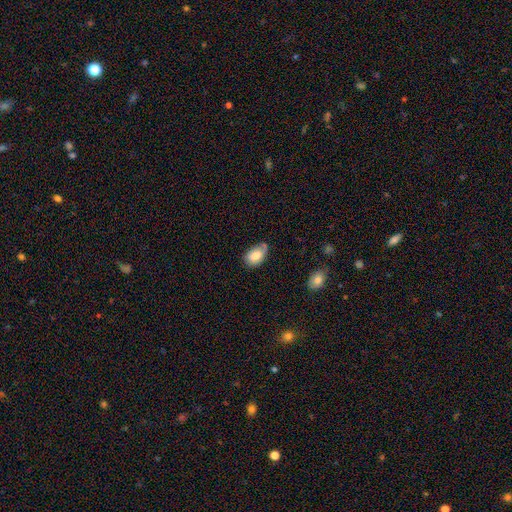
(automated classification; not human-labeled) Morphology: type=smooth (78%); roundness=in between (91%); merging=none (51%).